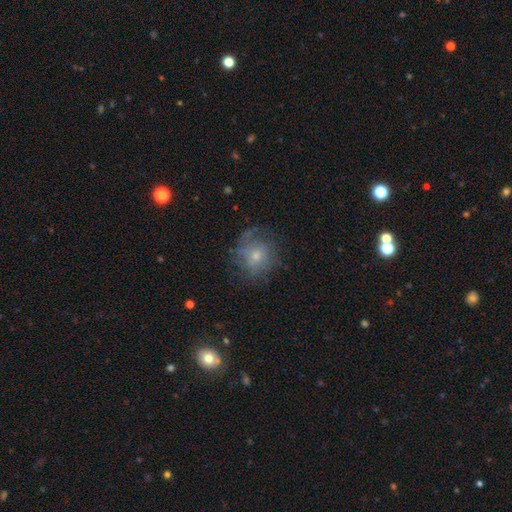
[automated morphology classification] This appears to be a featured or disk galaxy (44%). Merging: none (66%).